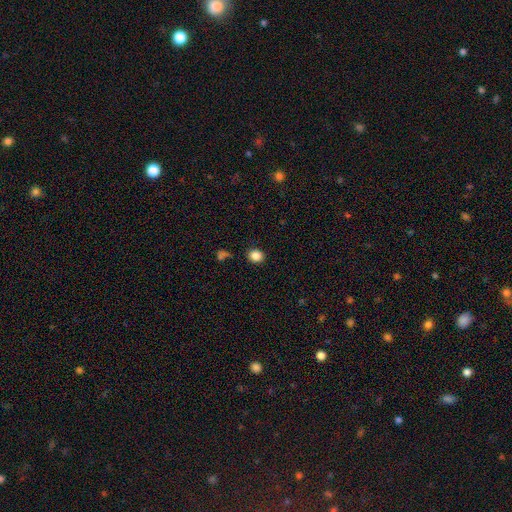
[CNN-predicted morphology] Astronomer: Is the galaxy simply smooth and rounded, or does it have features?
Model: smooth — 85%.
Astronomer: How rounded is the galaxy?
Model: round — 75%.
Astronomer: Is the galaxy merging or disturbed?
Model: none — 87%.